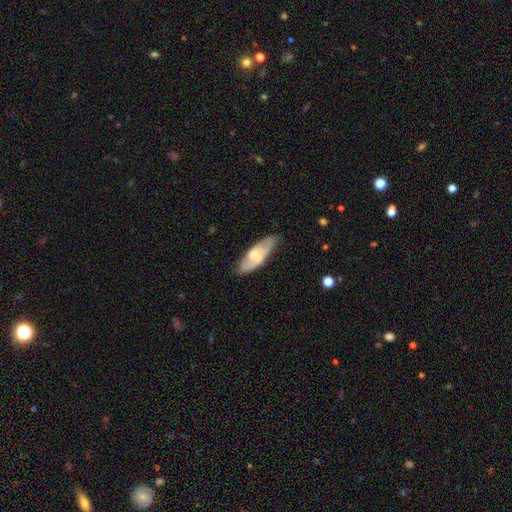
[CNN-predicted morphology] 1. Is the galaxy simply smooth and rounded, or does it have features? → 48% featured or disk, 46% smooth, 6% star or artifact.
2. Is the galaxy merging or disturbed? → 72% none, 21% minor disturbance, 6% major disturbance, 2% merger.